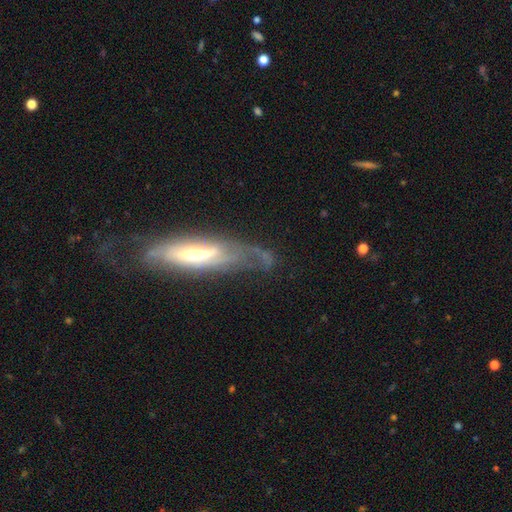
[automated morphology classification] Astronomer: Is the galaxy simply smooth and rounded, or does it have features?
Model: featured or disk — 70%.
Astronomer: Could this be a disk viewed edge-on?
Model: no — 54% (runner-up: yes, 46%).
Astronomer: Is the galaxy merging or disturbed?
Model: none — 49% (runner-up: minor disturbance, 25%).